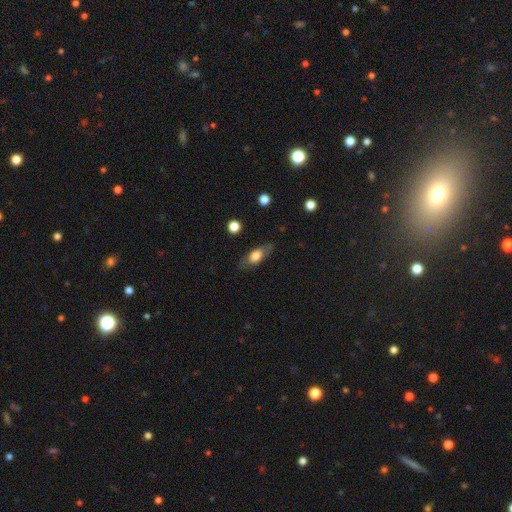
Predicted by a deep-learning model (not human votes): Smooth or featured? Predicted: smooth (p=0.59). How rounded? Predicted: in between (p=0.74). Merging? Predicted: none (p=0.75).